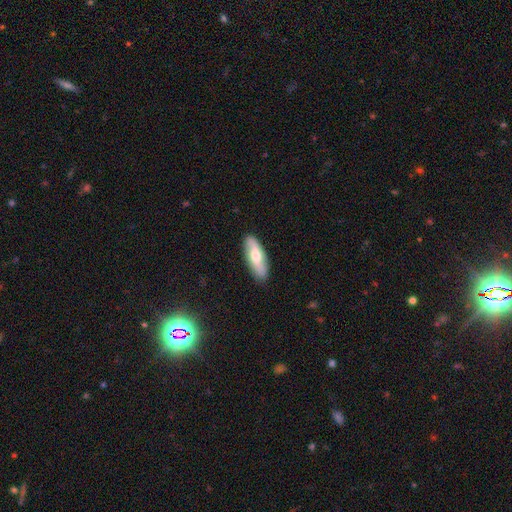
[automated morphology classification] Smooth or featured?
  - smooth: 56% *
  - featured or disk: 38%
  - star or artifact: 6%
How rounded?
  - in between: 65% *
  - cigar-shaped: 32%
  - round: 3%
Merging?
  - none: 87% *
  - minor disturbance: 10%
  - major disturbance: 2%
  - merger: 1%